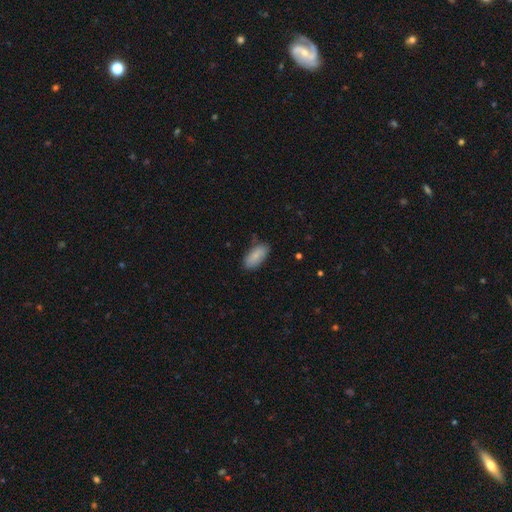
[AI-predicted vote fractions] smooth_or_featured: smooth (p=0.82) [alt: featured or disk p=0.11]
how_rounded: in between (p=0.88) [alt: cigar-shaped p=0.09]
merging: none (p=0.75) [alt: minor disturbance p=0.19]